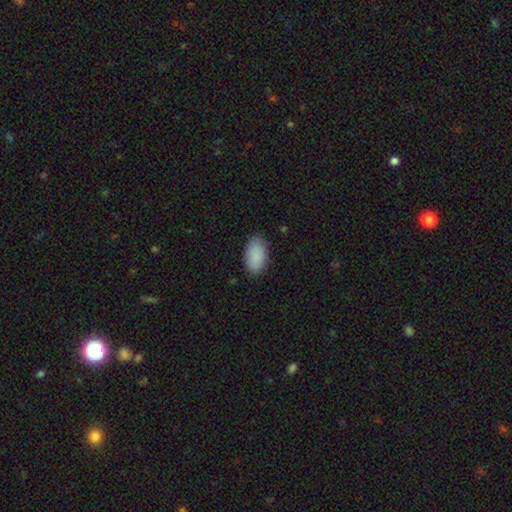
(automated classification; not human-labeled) A smooth galaxy with no disk features (89%) that is in between round and cigar-shaped (94%).

Vote fractions:
- Smooth or featured? smooth: 89% / star or artifact: 6% / featured or disk: 4%
- How rounded? in between: 94% / round: 4% / cigar-shaped: 2%
- Merging? none: 84% / minor disturbance: 12% / major disturbance: 3% / merger: 1%